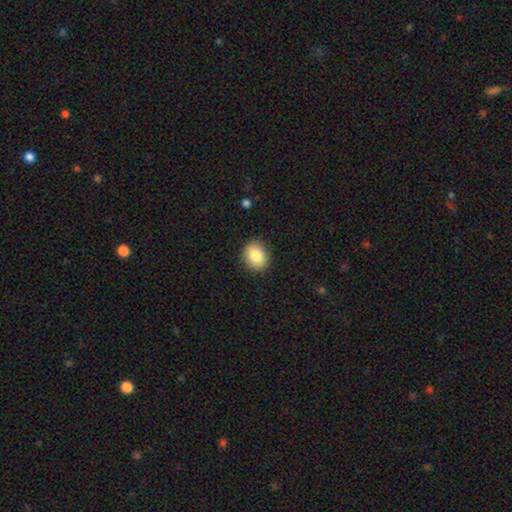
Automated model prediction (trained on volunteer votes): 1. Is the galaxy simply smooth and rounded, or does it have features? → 83% smooth, 9% featured or disk, 8% star or artifact.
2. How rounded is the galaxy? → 60% round, 39% in between, 1% cigar-shaped.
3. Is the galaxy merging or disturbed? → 89% none, 8% minor disturbance, 2% major disturbance, 1% merger.